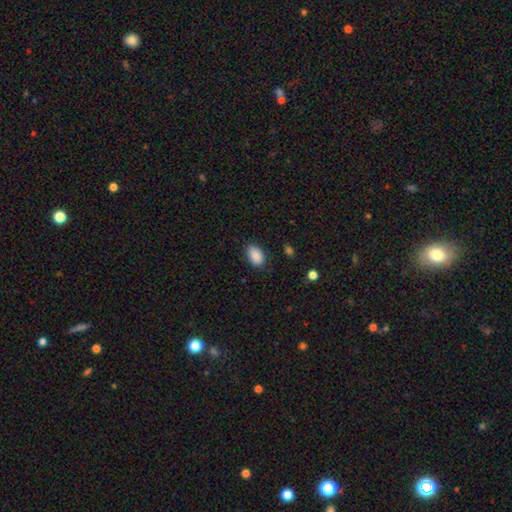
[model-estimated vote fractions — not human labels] Smooth or featured? smooth (89%)
How rounded? in between (90%)
Merging? none (82%)